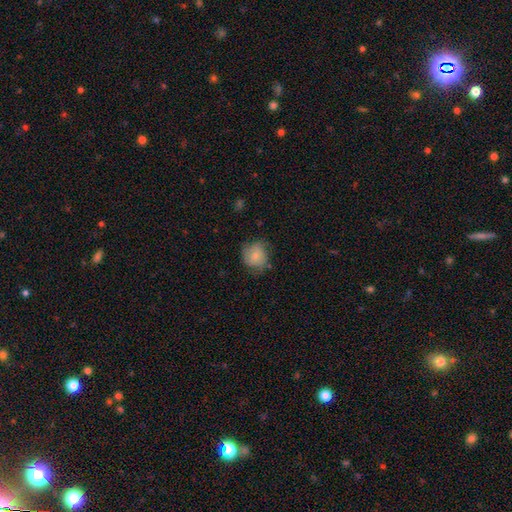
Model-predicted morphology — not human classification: Q: Smooth or featured?
A: smooth (74%); runner-up: featured or disk (19%)
Q: How rounded?
A: round (77%); runner-up: in between (22%)
Q: Merging?
A: none (62%); runner-up: minor disturbance (27%)